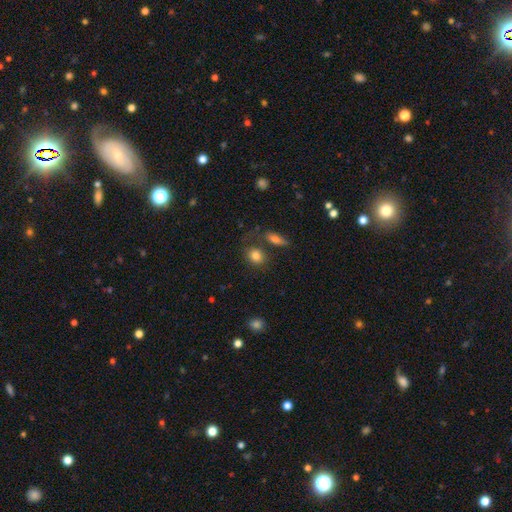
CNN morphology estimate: type=smooth (82%); roundness=round (57%); merging=none (60%).